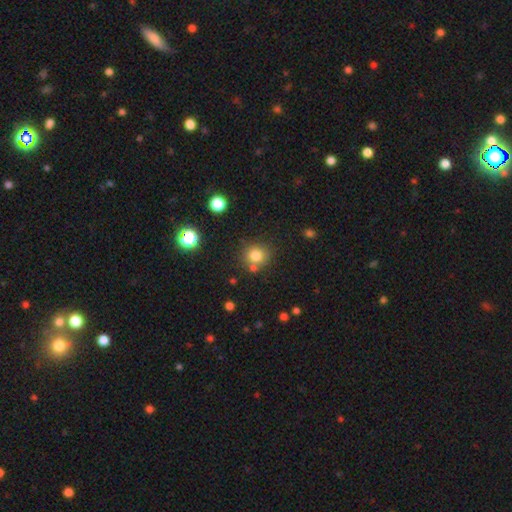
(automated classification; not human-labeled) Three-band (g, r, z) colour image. It shows a smooth galaxy with no disk features (79%) that is round (88%). Merging: none (73%).